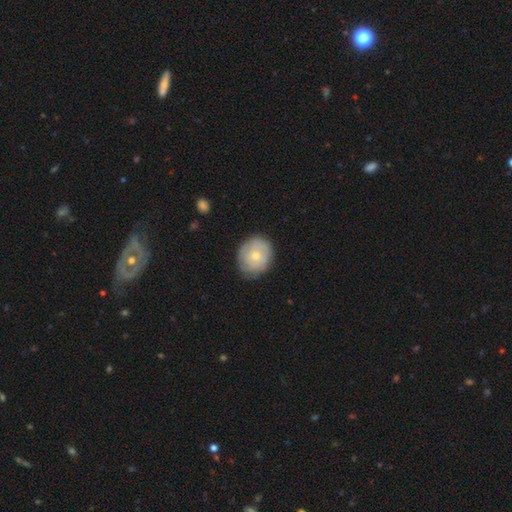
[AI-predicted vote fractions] A smooth galaxy with no disk features (56%) that is round (73%). Merging: none (76%).